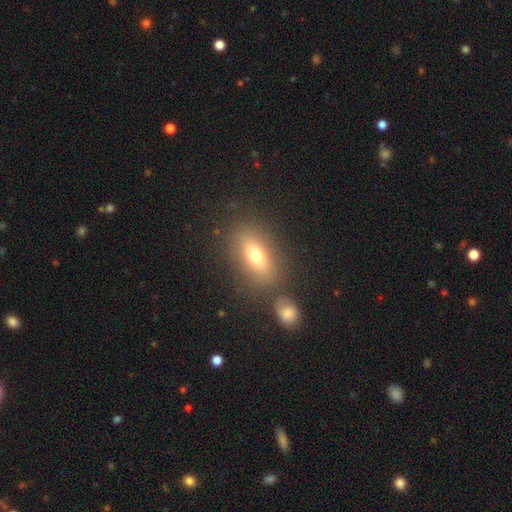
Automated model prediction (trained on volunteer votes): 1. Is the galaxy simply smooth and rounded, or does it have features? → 66% smooth, 23% featured or disk, 11% star or artifact.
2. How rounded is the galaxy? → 74% in between, 16% cigar-shaped, 10% round.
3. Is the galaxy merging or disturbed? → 75% none, 11% minor disturbance, 10% merger, 4% major disturbance.